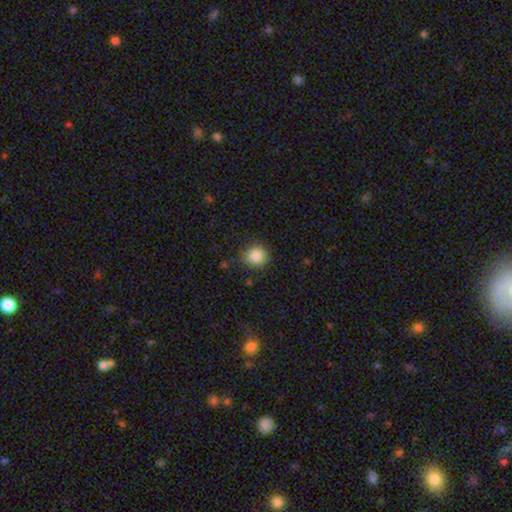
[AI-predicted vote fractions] Smooth or featured? Predicted: smooth (p=0.87). How rounded? Predicted: round (p=0.90). Merging? Predicted: none (p=0.83).